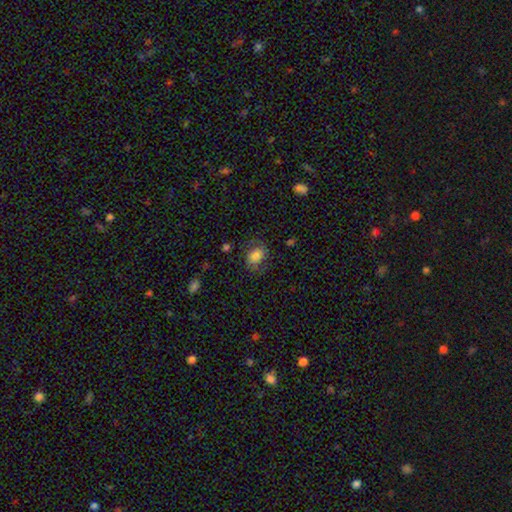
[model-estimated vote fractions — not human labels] A smooth galaxy with no disk features (69%) that is in between round and cigar-shaped (68%). Merging: none (66%).